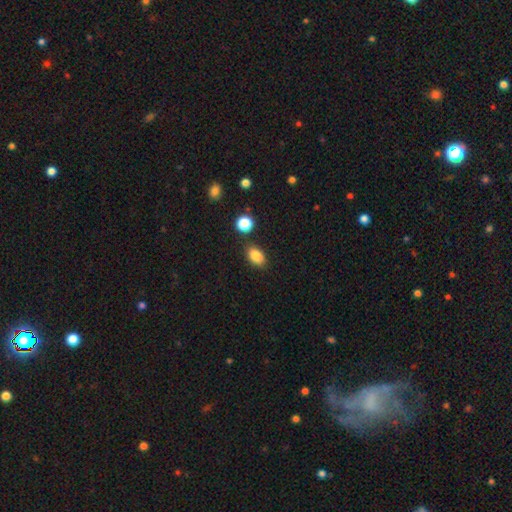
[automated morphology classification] smooth-or-featured: smooth: 85% | star or artifact: 9% | featured or disk: 5%
  how-rounded: in between: 85% | round: 13% | cigar-shaped: 2%
  merging: none: 80% | minor disturbance: 12% | merger: 5% | major disturbance: 3%